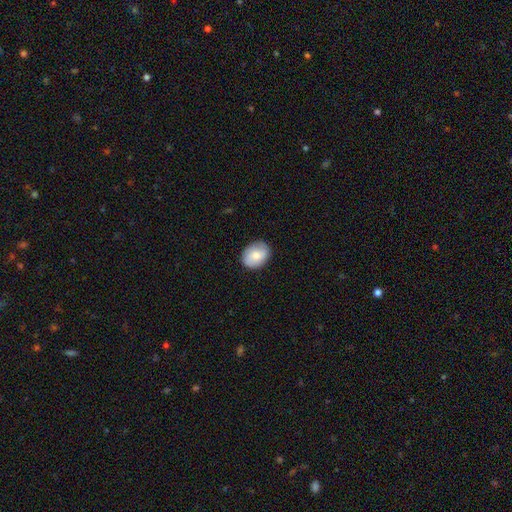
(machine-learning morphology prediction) smooth-or-featured: smooth: 72% | featured or disk: 21% | star or artifact: 7%
  how-rounded: in between: 66% | round: 33% | cigar-shaped: 1%
  merging: none: 84% | minor disturbance: 12% | major disturbance: 3% | merger: 1%